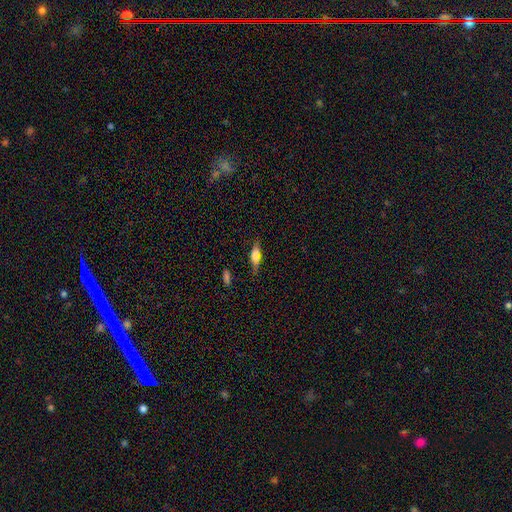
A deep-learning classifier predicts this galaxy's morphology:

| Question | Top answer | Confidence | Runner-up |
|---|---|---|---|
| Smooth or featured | smooth | 55% | featured or disk (37%) |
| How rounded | cigar-shaped | 56% | in between (42%) |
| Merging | none | 78% | minor disturbance (16%) |